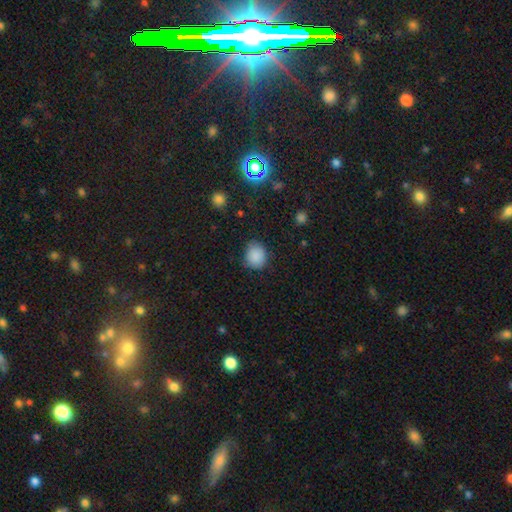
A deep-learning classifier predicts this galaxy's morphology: Smooth or featured? Predicted: smooth (p=0.87). How rounded? Predicted: round (p=0.73). Merging? Predicted: none (p=0.79).